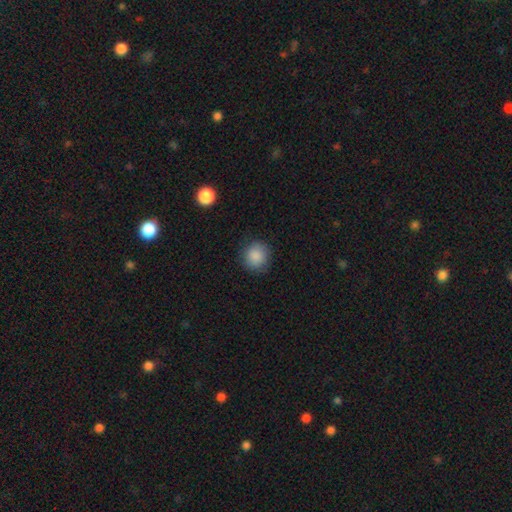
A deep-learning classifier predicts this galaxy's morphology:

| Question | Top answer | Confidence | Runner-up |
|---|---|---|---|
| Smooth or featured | smooth | 88% | star or artifact (8%) |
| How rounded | round | 91% | in between (8%) |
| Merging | none | 87% | minor disturbance (9%) |